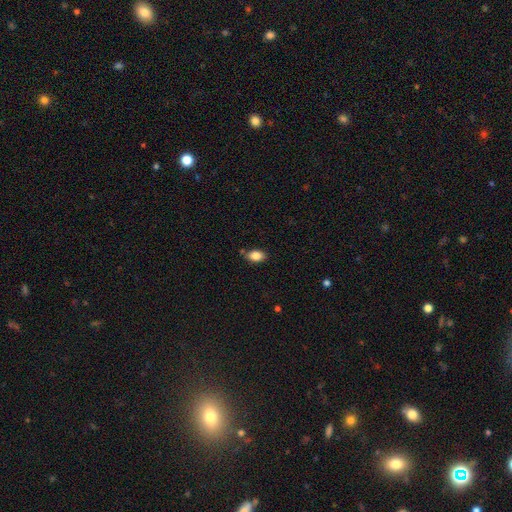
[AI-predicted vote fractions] This is clearly a smooth galaxy (85%). How rounded: clearly in between (86%). Merging: likely none (77%).